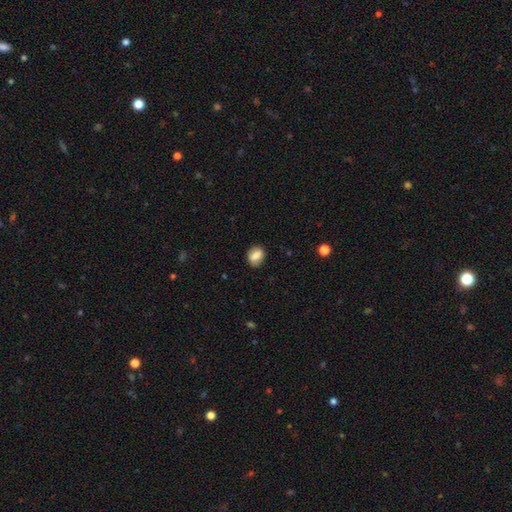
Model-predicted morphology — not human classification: Overall: smooth (79%). How rounded: in between (59%; round 40%). Merging: none (85%).